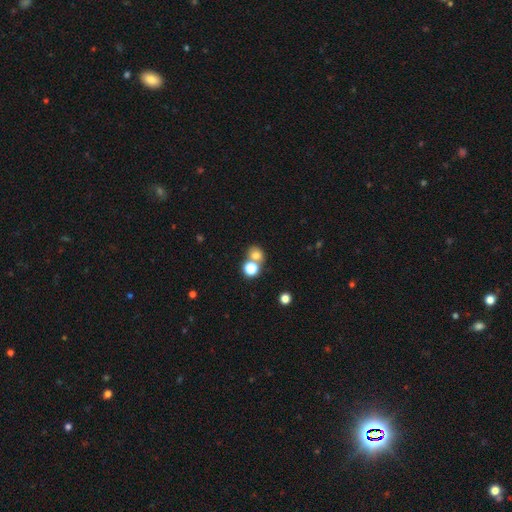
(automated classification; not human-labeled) This is likely a smooth galaxy (74%). How rounded: likely round (72%). Merging: possibly none (48%).